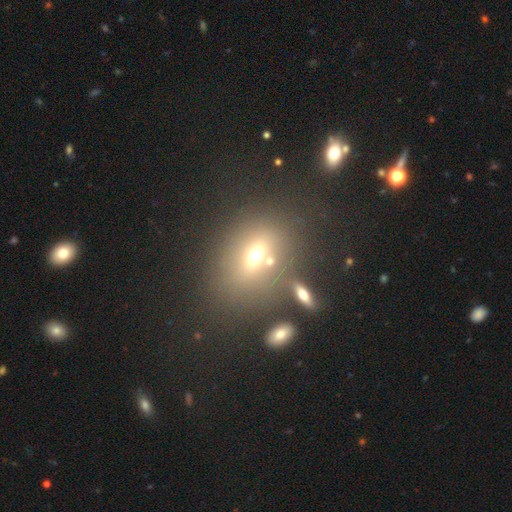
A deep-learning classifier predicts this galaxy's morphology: Overall: smooth (61%). How rounded: in between (60%; round 37%). Merging: none (62%).